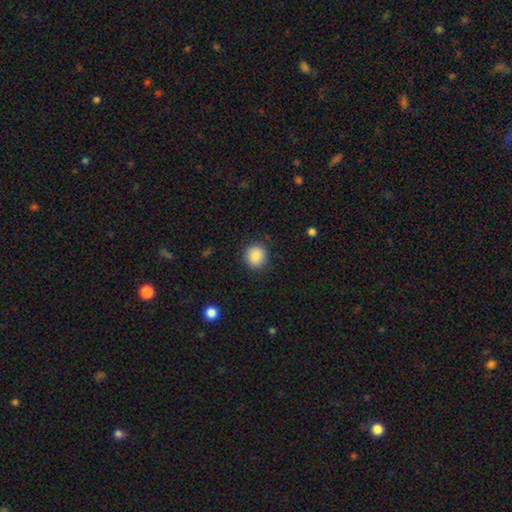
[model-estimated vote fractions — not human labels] Morphology: type=smooth (87%); roundness=round (88%); merging=none (89%).